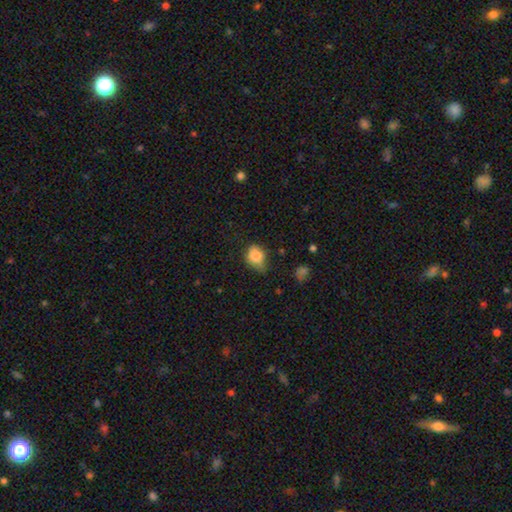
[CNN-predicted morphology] A smooth galaxy with no disk features (81%) that is round (51%). Merging: none (51%).